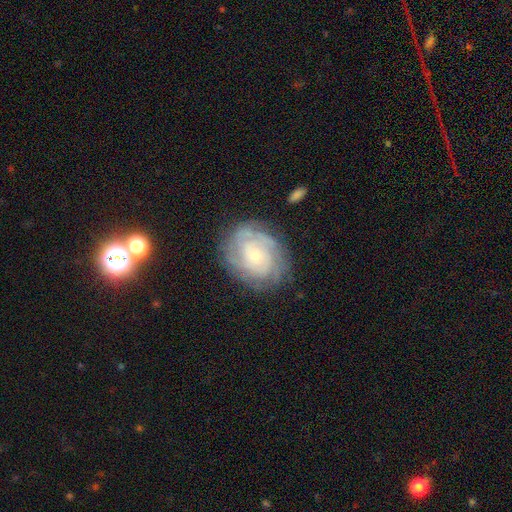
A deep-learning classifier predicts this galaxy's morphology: This appears to be a featured or disk galaxy (77%) with no bar (77%), tight (75%) spiral arms (92%) and a small central bulge (72%). Merging: none (76%).